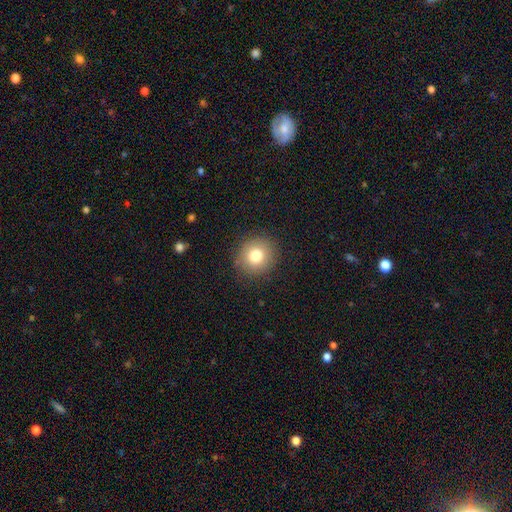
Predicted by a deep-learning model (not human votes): This is likely a smooth galaxy (78%). How rounded: clearly round (87%). Merging: clearly none (89%).